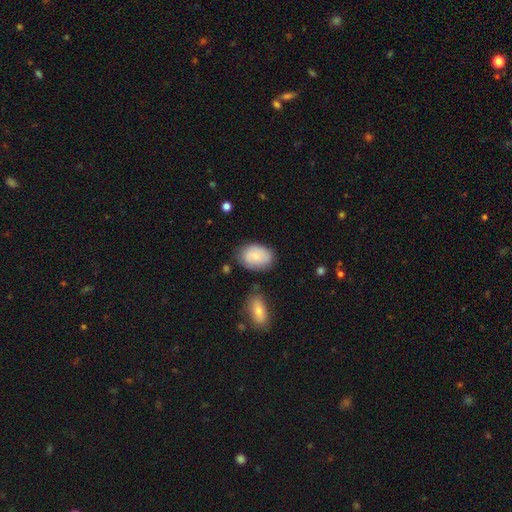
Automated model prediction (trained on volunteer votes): Smooth or featured?
  - smooth: 76% *
  - featured or disk: 18%
  - star or artifact: 6%
How rounded?
  - in between: 87% *
  - round: 12%
  - cigar-shaped: 1%
Merging?
  - none: 70% *
  - minor disturbance: 20%
  - major disturbance: 5%
  - merger: 5%